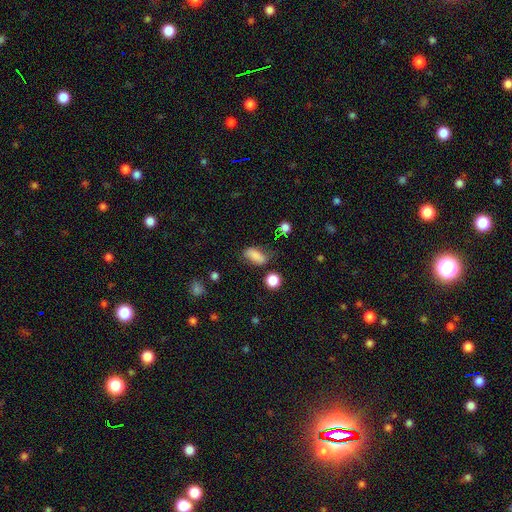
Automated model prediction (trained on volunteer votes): Smooth or featured? Predicted: smooth (p=0.80). How rounded? Predicted: in between (p=0.84). Merging? Predicted: none (p=0.62).